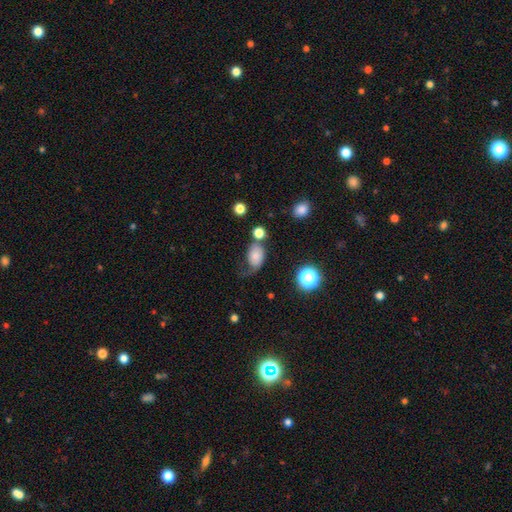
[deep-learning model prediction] smooth_or_featured: smooth (p=0.70) [alt: featured or disk p=0.19]
how_rounded: in between (p=0.80) [alt: round p=0.19]
merging: none (p=0.33) [alt: major disturbance p=0.29]